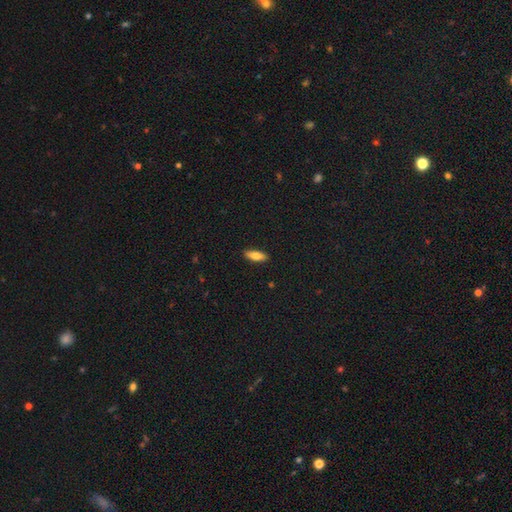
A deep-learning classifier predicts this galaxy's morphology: Q: Smooth or featured?
A: smooth (74%); runner-up: featured or disk (19%)
Q: How rounded?
A: in between (61%); runner-up: cigar-shaped (36%)
Q: Merging?
A: none (90%); runner-up: minor disturbance (7%)